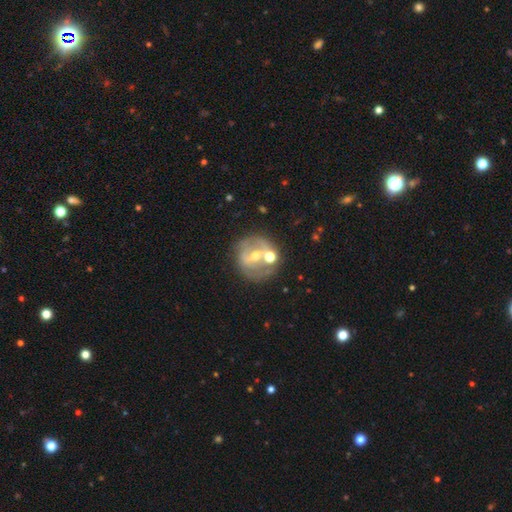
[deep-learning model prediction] Q: Smooth or featured?
A: featured or disk (66%); runner-up: smooth (24%)
Q: Edge-on disk?
A: no (96%); runner-up: yes (4%)
Q: Bar?
A: weak (37%); runner-up: strong (36%)
Q: Spiral arms?
A: no (51%); runner-up: yes (49%)
Q: Bulge size?
A: moderate (61%); runner-up: small (33%)
Q: Merging?
A: none (62%); runner-up: merger (16%)